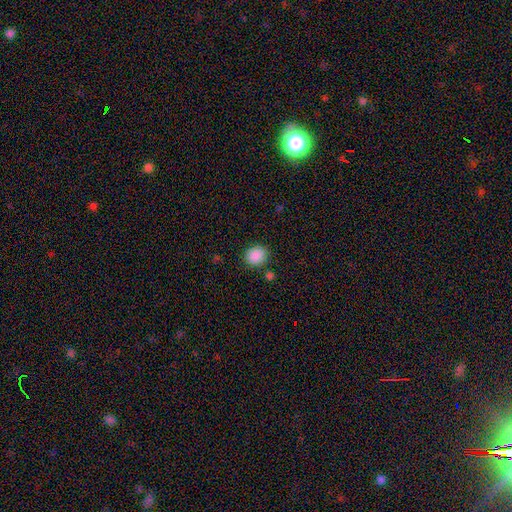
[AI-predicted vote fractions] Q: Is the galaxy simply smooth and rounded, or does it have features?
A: smooth — 88%.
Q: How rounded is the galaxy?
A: round — 74%.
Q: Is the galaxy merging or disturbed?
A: none — 85%.